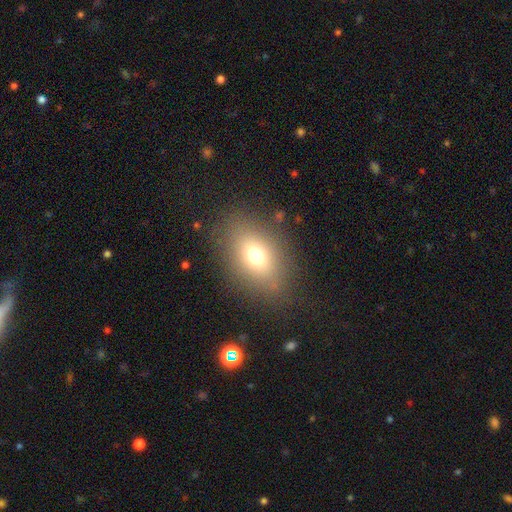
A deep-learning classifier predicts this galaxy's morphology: This is likely a smooth galaxy (70%). How rounded: likely in between (76%). Merging: clearly none (82%).